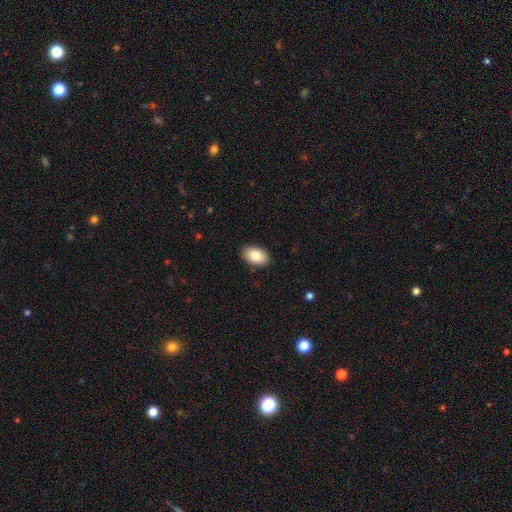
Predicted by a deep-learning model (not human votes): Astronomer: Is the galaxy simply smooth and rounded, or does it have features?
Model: smooth — 85%.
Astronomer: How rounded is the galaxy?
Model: in between — 92%.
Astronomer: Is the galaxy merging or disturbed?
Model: none — 88%.